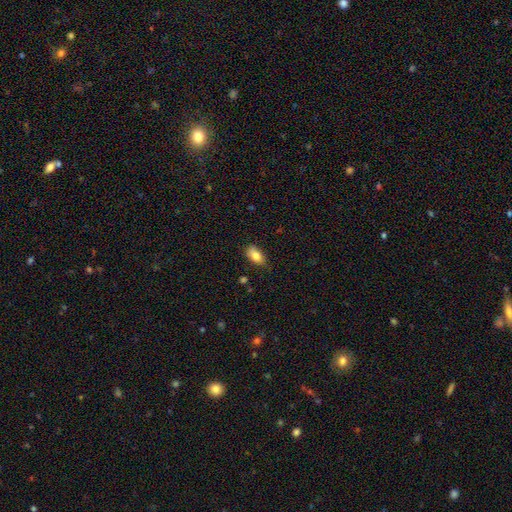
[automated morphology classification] Smooth or featured? smooth (82%)
How rounded? in between (89%)
Merging? none (72%)